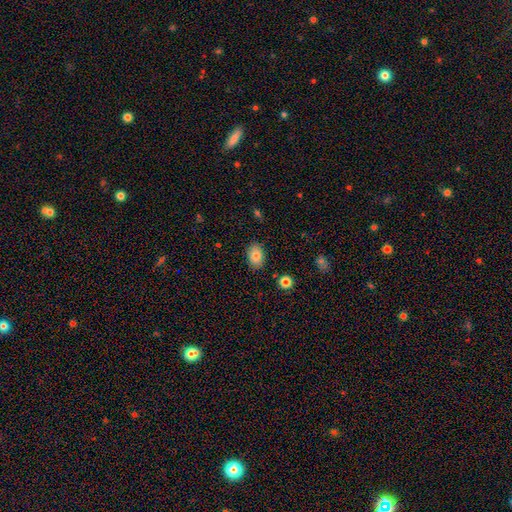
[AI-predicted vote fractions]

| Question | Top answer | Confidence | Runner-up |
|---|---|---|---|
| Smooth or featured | smooth | 82% | featured or disk (9%) |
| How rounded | in between | 80% | round (19%) |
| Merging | none | 85% | minor disturbance (11%) |